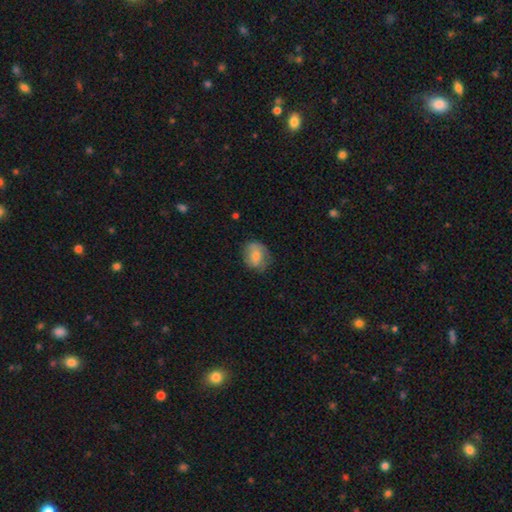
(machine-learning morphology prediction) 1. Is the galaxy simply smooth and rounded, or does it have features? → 65% smooth, 28% featured or disk, 8% star or artifact.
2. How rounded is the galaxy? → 50% round, 48% in between, 1% cigar-shaped.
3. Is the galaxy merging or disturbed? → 61% none, 28% minor disturbance, 10% major disturbance, 1% merger.